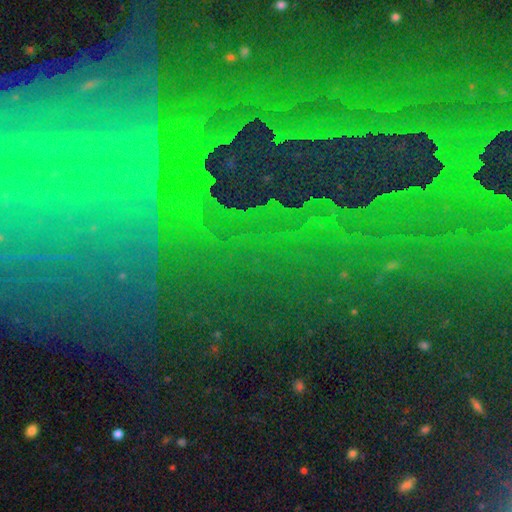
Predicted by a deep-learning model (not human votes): Overall: star or artifact (83%).